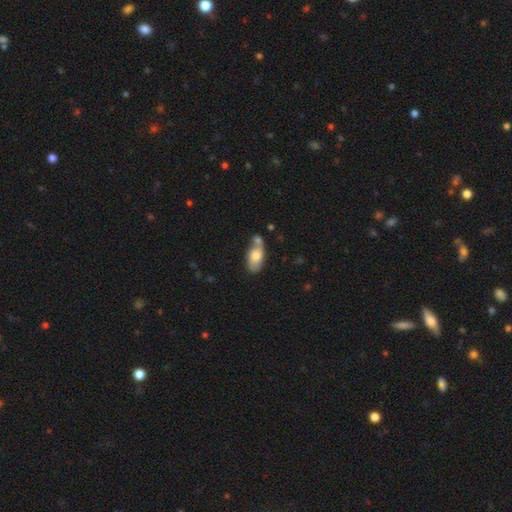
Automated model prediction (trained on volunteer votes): A smooth galaxy with no disk features (68%) that is in between round and cigar-shaped (90%).

Vote fractions:
- Smooth or featured? smooth: 68% / featured or disk: 25% / star or artifact: 7%
- How rounded? in between: 90% / cigar-shaped: 5% / round: 5%
- Merging? none: 38% / merger: 37% / minor disturbance: 18% / major disturbance: 7%